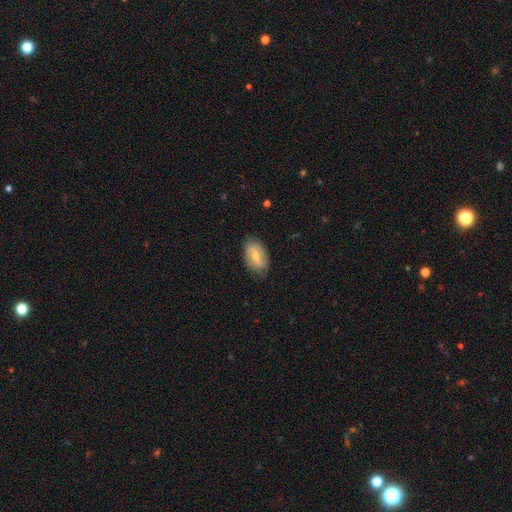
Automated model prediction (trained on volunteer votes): Smooth or featured?
  - smooth: 53% *
  - featured or disk: 40%
  - star or artifact: 7%
How rounded?
  - in between: 92% *
  - round: 6%
  - cigar-shaped: 2%
Merging?
  - none: 77% *
  - minor disturbance: 18%
  - major disturbance: 4%
  - merger: 1%